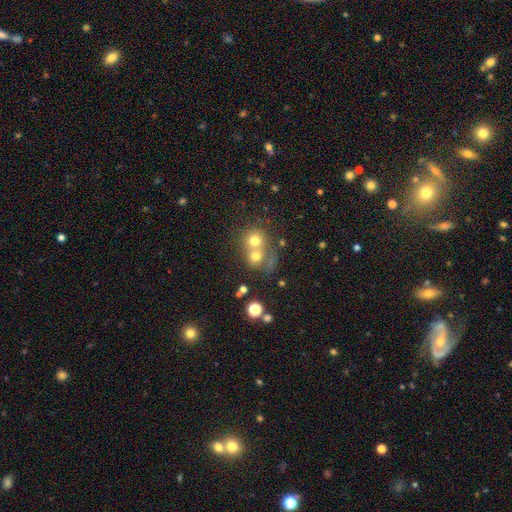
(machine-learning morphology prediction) Smooth or featured: smooth — 68% (featured or disk — 18%)
How rounded: round — 79% (in between — 20%)
Merging: merger — 61% (none — 29%)